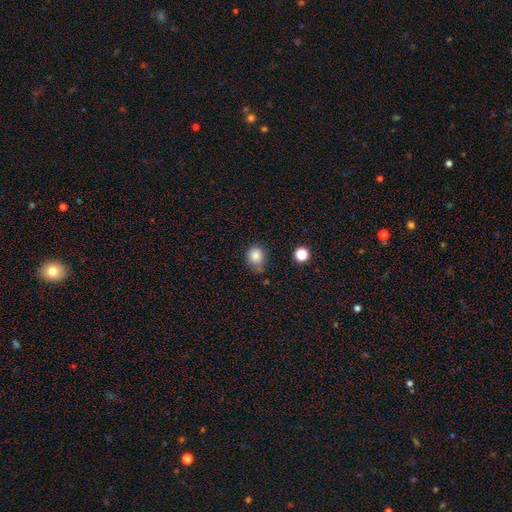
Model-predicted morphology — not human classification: Smooth or featured: smooth — 84% (star or artifact — 11%)
How rounded: round — 74% (in between — 25%)
Merging: none — 57% (minor disturbance — 30%)